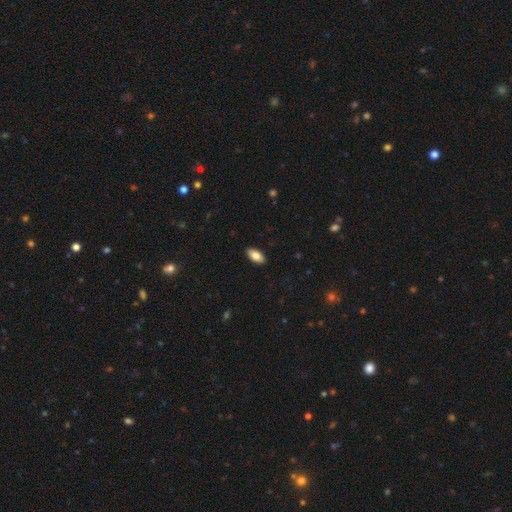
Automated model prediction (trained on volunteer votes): Morphology: type=smooth (82%); roundness=in between (90%); merging=none (89%).